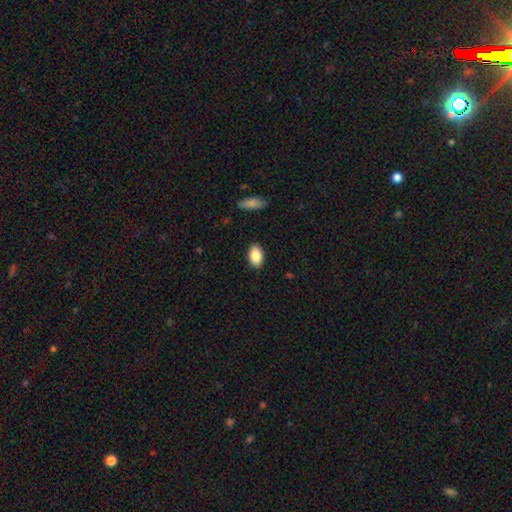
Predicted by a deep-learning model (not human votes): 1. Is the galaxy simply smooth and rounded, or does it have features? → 86% smooth, 7% star or artifact, 7% featured or disk.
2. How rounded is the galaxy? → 90% in between, 9% round, 2% cigar-shaped.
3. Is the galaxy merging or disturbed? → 88% none, 9% minor disturbance, 2% major disturbance, 1% merger.